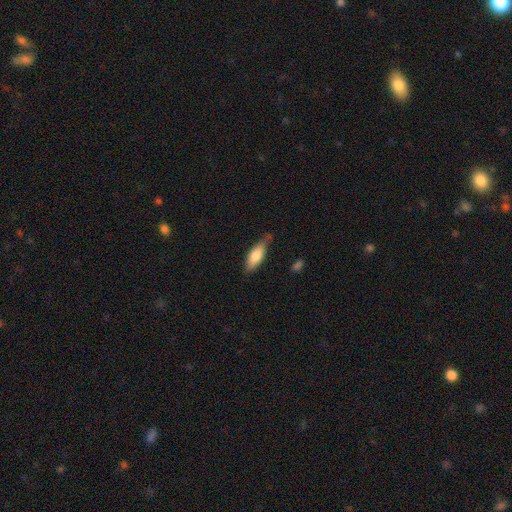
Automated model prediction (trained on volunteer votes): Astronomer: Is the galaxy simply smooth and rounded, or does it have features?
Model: smooth — 76%.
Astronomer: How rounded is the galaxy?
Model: in between — 67%.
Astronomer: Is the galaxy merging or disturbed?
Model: none — 68%.